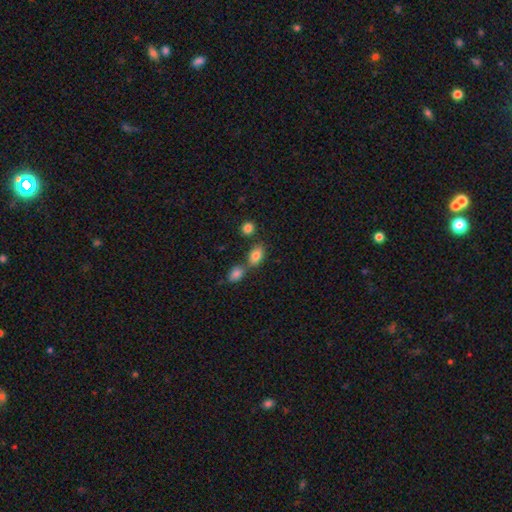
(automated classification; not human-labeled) Smooth or featured? Predicted: smooth (p=0.81). How rounded? Predicted: in between (p=0.83). Merging? Predicted: none (p=0.58).